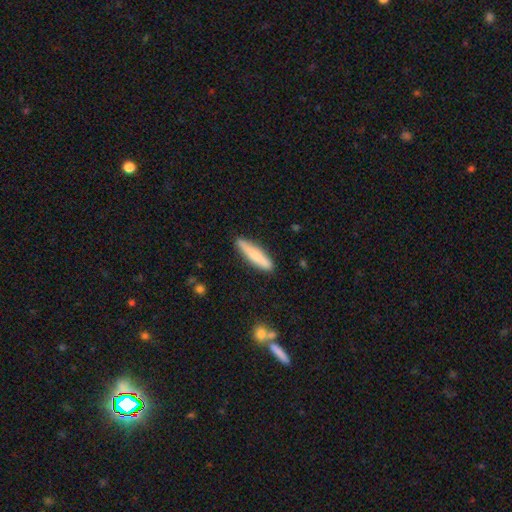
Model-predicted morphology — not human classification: This is likely a smooth galaxy (74%). How rounded: clearly cigar-shaped (88%). Merging: clearly none (86%).